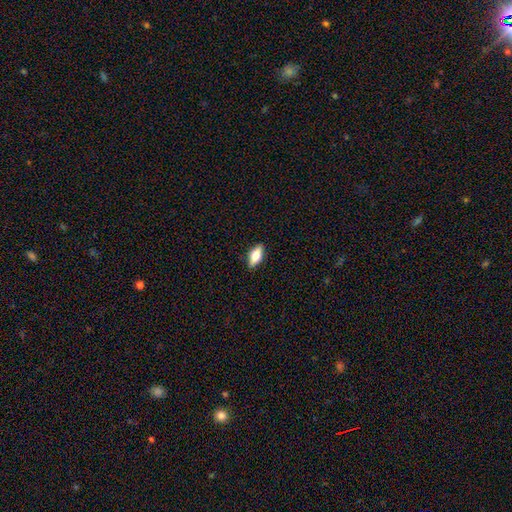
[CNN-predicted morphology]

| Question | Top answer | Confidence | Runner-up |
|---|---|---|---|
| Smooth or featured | smooth | 65% | featured or disk (28%) |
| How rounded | in between | 77% | cigar-shaped (20%) |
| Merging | none | 88% | minor disturbance (9%) |